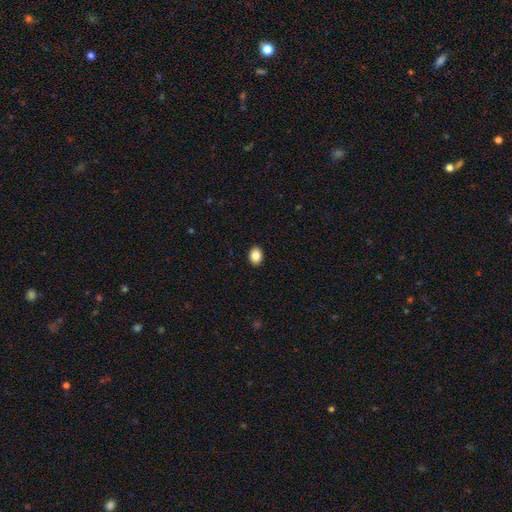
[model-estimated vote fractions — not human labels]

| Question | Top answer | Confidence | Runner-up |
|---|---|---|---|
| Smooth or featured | smooth | 87% | star or artifact (9%) |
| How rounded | in between | 63% | round (36%) |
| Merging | none | 91% | minor disturbance (6%) |